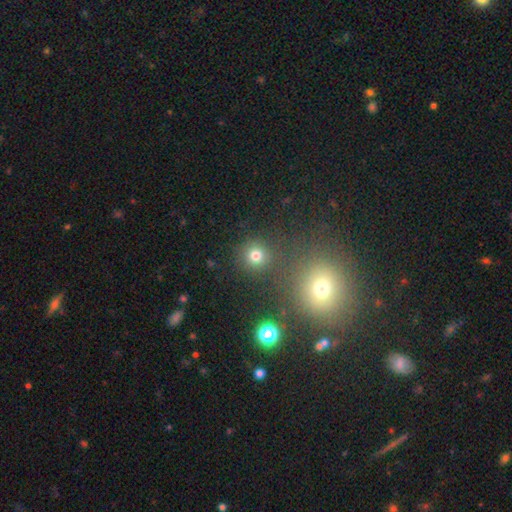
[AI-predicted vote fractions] This appears to be a smooth galaxy with no disk features (76%) that is round (92%). Merging: none (83%).